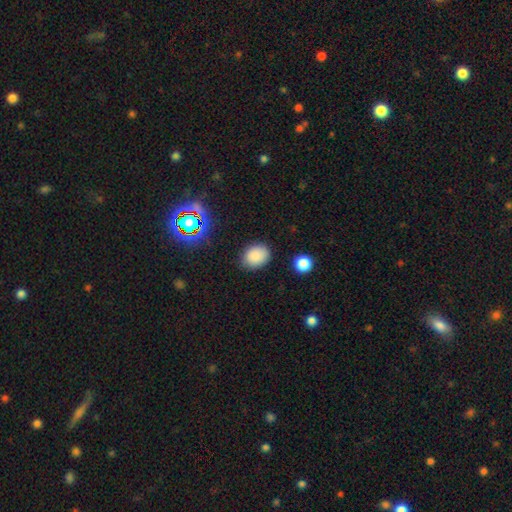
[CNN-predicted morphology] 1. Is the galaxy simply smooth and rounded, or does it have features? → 85% smooth, 11% star or artifact, 4% featured or disk.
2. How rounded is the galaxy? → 58% in between, 41% round, 1% cigar-shaped.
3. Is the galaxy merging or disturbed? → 84% none, 11% minor disturbance, 3% major disturbance, 2% merger.